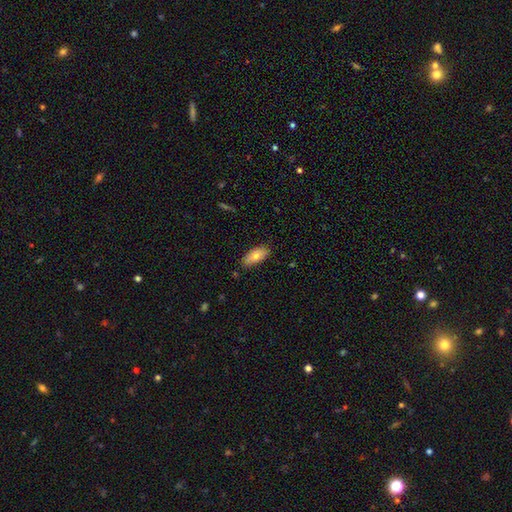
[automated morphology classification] A smooth galaxy with no disk features (77%) that is in between round and cigar-shaped (89%).

Vote fractions:
- Smooth or featured? smooth: 77% / featured or disk: 16% / star or artifact: 7%
- How rounded? in between: 89% / cigar-shaped: 9% / round: 2%
- Merging? none: 79% / minor disturbance: 17% / major disturbance: 2% / merger: 1%